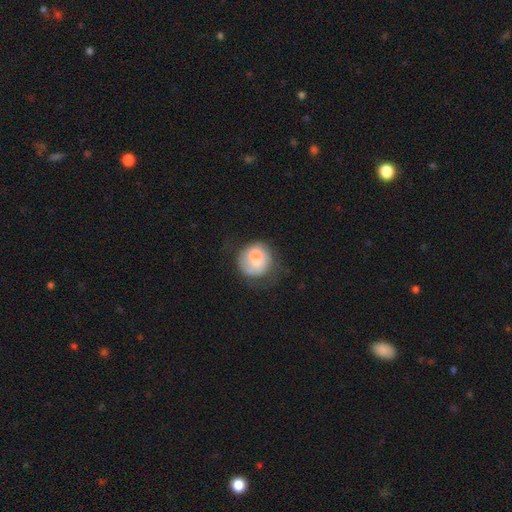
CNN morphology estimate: Q: Smooth or featured?
A: smooth (60%); runner-up: featured or disk (31%)
Q: How rounded?
A: round (82%); runner-up: in between (17%)
Q: Merging?
A: none (45%); runner-up: minor disturbance (24%)